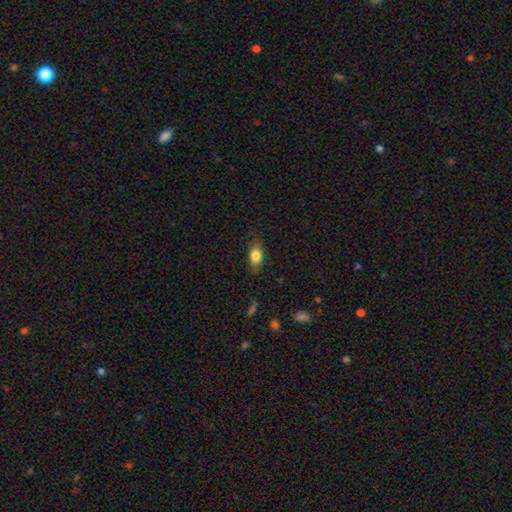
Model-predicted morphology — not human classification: Smooth or featured: smooth — 79% (featured or disk — 13%)
How rounded: in between — 81% (cigar-shaped — 10%)
Merging: none — 78% (minor disturbance — 17%)